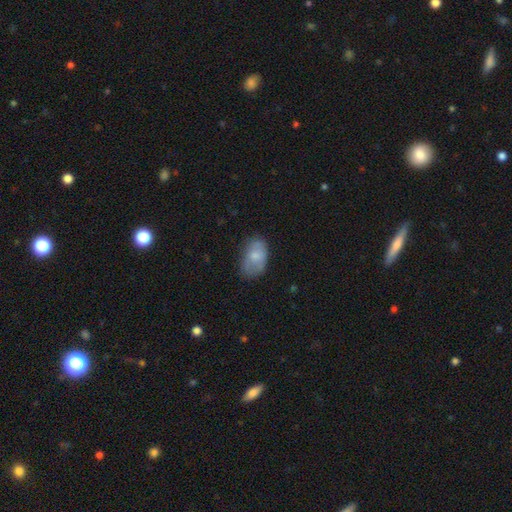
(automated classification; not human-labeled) smooth_or_featured: smooth (p=0.73) [alt: featured or disk p=0.19]
how_rounded: in between (p=0.90) [alt: round p=0.09]
merging: none (p=0.59) [alt: minor disturbance p=0.29]